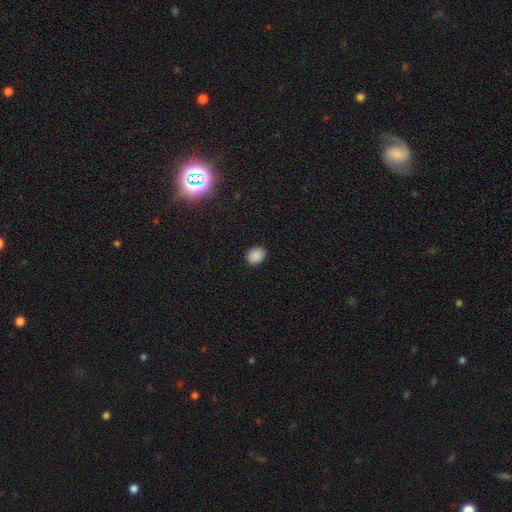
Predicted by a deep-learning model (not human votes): A smooth galaxy with no disk features (87%) that is in between round and cigar-shaped (51%).

Vote fractions:
- Smooth or featured? smooth: 87% / star or artifact: 10% / featured or disk: 3%
- How rounded? in between: 51% / round: 48% / cigar-shaped: 1%
- Merging? none: 87% / minor disturbance: 10% / major disturbance: 2% / merger: 1%